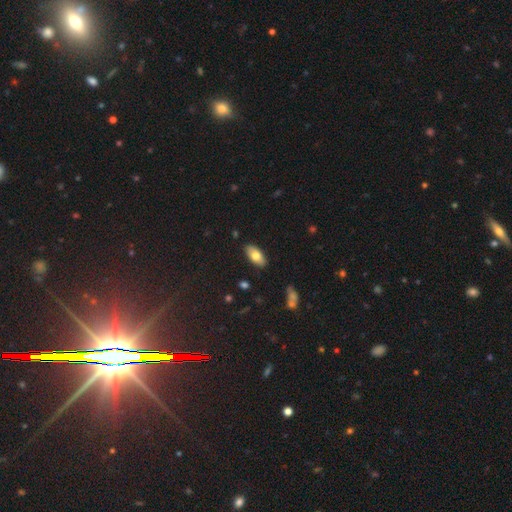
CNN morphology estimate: smooth-or-featured: smooth: 75% | featured or disk: 18% | star or artifact: 7%
  how-rounded: in between: 90% | cigar-shaped: 7% | round: 3%
  merging: none: 87% | minor disturbance: 10% | major disturbance: 2% | merger: 1%